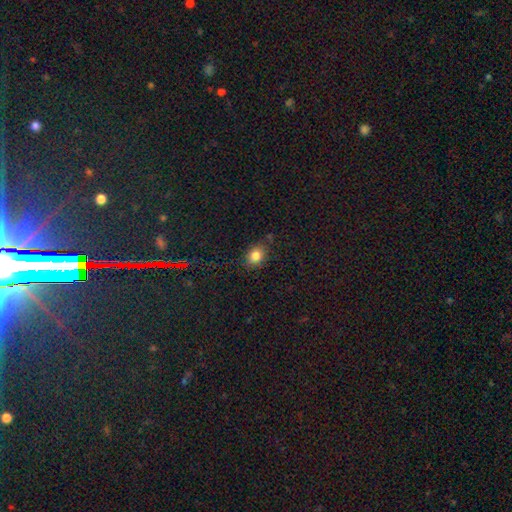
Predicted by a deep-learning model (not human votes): smooth-or-featured: smooth: 81% | star or artifact: 12% | featured or disk: 7%
  how-rounded: in between: 52% | round: 47% | cigar-shaped: 1%
  merging: none: 78% | minor disturbance: 16% | major disturbance: 4% | merger: 3%